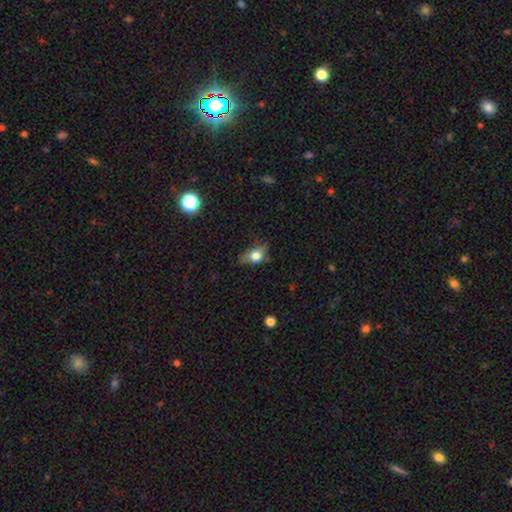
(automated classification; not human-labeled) Morphology: type=smooth (67%); roundness=in between (71%); merging=none (54%).